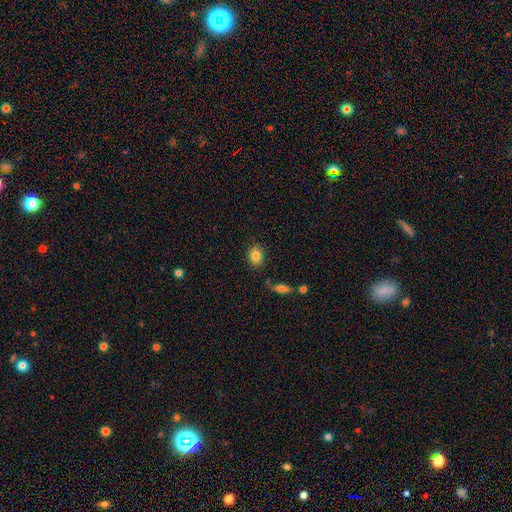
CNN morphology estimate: smooth-or-featured: smooth: 83% | star or artifact: 9% | featured or disk: 8%
  how-rounded: in between: 55% | round: 44% | cigar-shaped: 2%
  merging: none: 84% | minor disturbance: 10% | merger: 3% | major disturbance: 2%